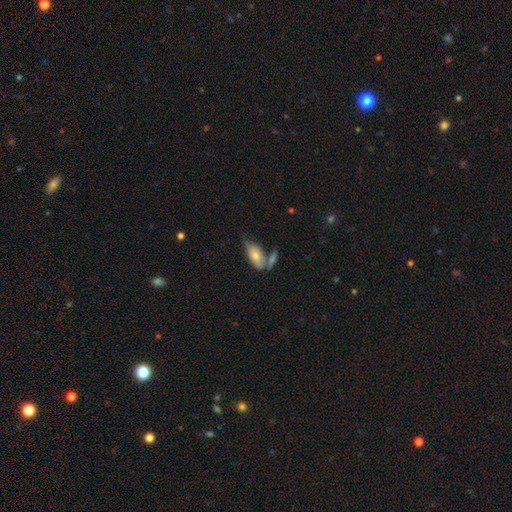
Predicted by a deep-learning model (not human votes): This is likely a smooth galaxy (71%). How rounded: clearly in between (87%). Merging: marginally merger (33%, tied with none).